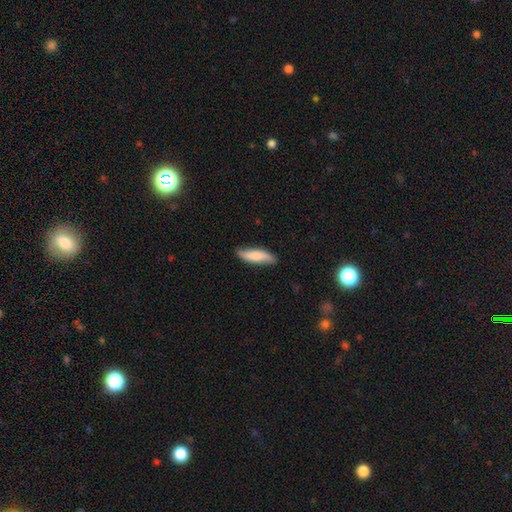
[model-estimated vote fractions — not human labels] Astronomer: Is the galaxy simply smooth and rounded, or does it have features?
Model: smooth — 67%.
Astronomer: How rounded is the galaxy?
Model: cigar-shaped — 63%.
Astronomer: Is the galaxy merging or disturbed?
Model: none — 81%.